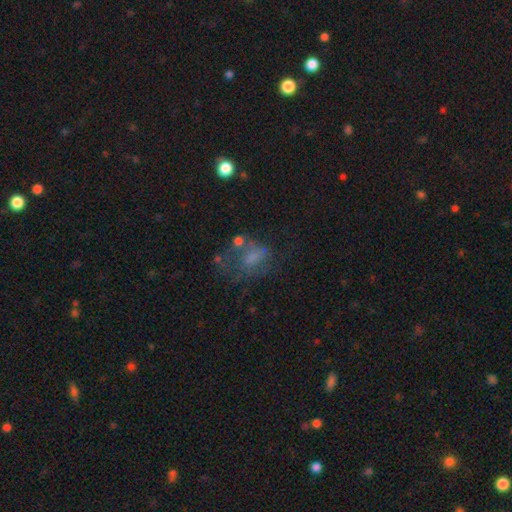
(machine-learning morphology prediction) smooth 46%, featured or disk 36%, star or artifact 17%. Down the decision tree: merging — major disturbance (37%).